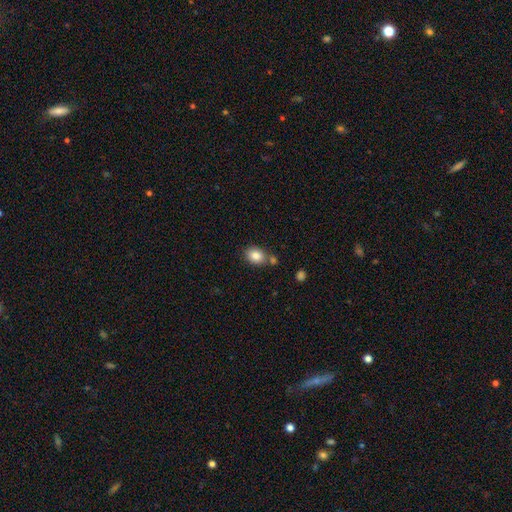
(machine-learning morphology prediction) type=smooth (84%); roundness=in between (63%); merging=none (67%).